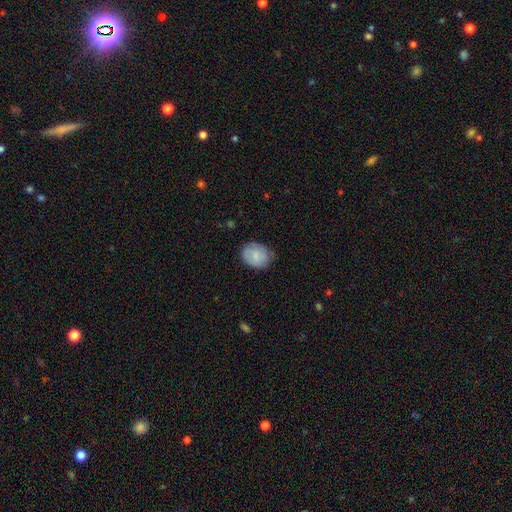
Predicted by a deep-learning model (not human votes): A smooth galaxy with no disk features (79%) that is in between round and cigar-shaped (53%). Merging: none (71%).